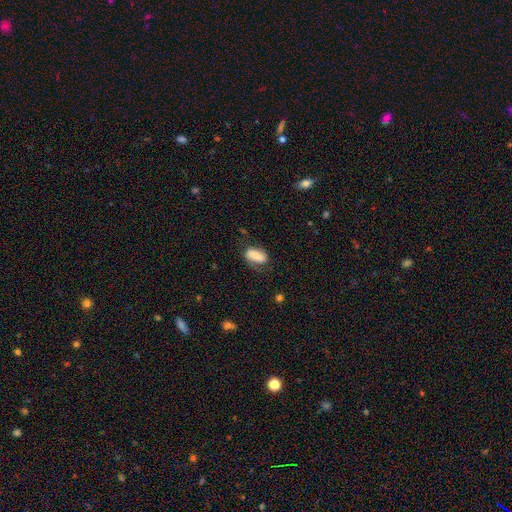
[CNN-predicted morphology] type=smooth (62%); roundness=in between (89%); merging=none (68%).